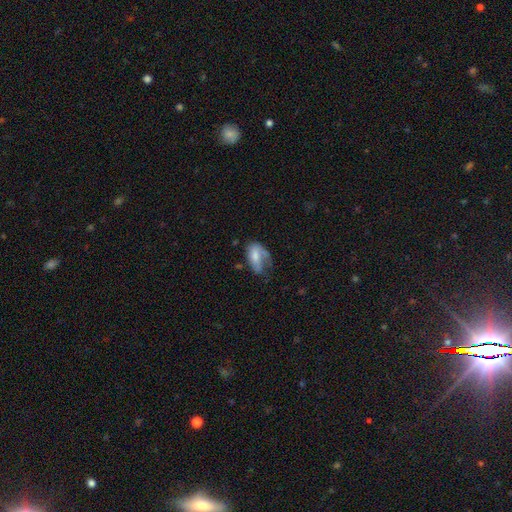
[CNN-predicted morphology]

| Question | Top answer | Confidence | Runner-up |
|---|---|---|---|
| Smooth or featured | smooth | 57% | featured or disk (35%) |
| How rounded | in between | 89% | round (6%) |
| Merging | major disturbance | 38% | none (30%) |